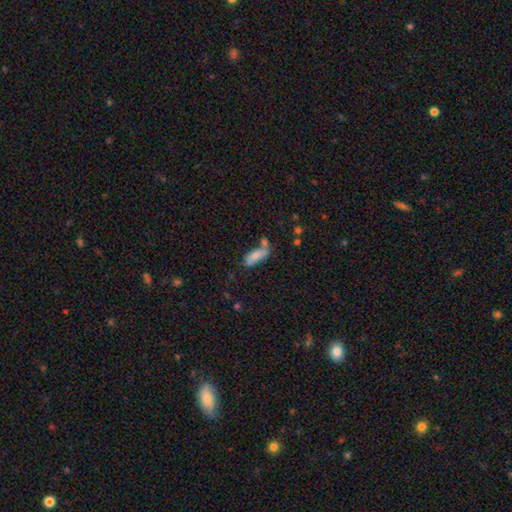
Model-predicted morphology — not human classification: The model was most divided on "merging": none: 48%, merger: 25%, minor disturbance: 20%, major disturbance: 7%. More confident: smooth or featured — smooth (76%); how rounded — in between (68%).